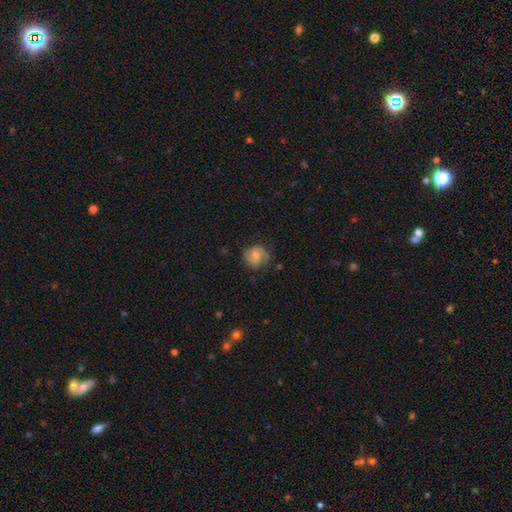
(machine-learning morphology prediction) Smooth or featured? Predicted: featured or disk (p=0.47). Merging? Predicted: none (p=0.74).